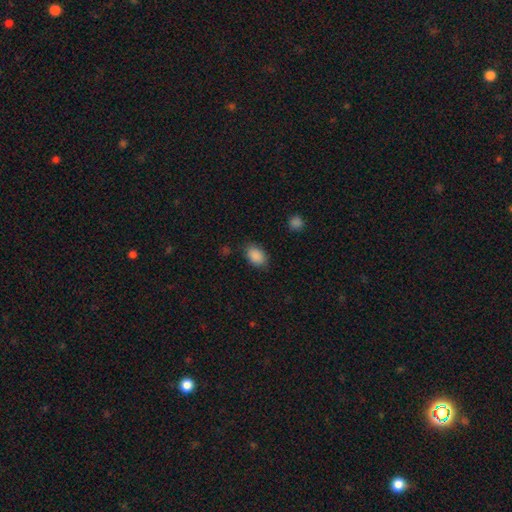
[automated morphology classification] This is clearly a smooth galaxy (89%). How rounded: clearly in between (83%). Merging: clearly none (81%).